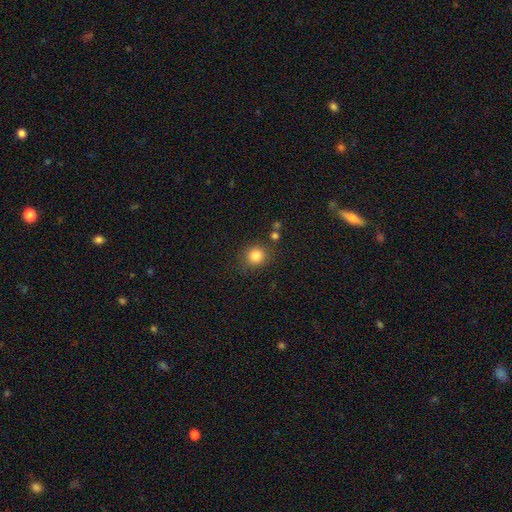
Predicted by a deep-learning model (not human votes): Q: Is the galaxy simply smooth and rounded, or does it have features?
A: smooth — 83%.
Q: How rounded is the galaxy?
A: round — 87%.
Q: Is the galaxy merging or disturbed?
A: none — 81%.